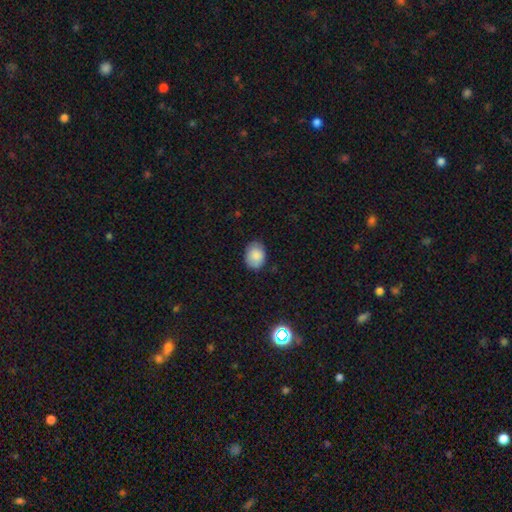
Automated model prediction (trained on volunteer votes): smooth-or-featured: smooth: 86% | star or artifact: 8% | featured or disk: 7%
  how-rounded: in between: 68% | round: 31% | cigar-shaped: 1%
  merging: none: 82% | minor disturbance: 14% | major disturbance: 2% | merger: 1%